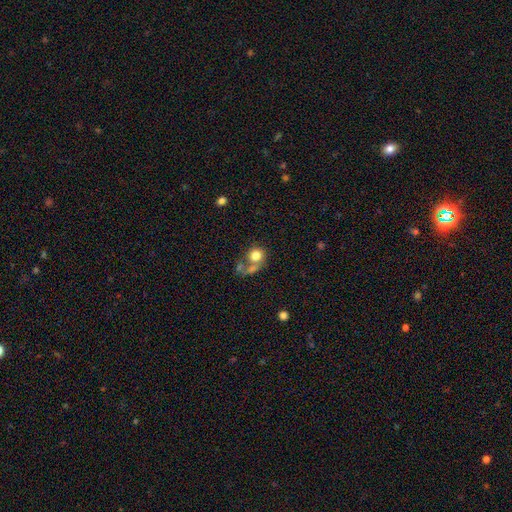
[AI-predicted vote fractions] A smooth galaxy with no disk features (75%) that is round (81%). Merging: merger (38%).